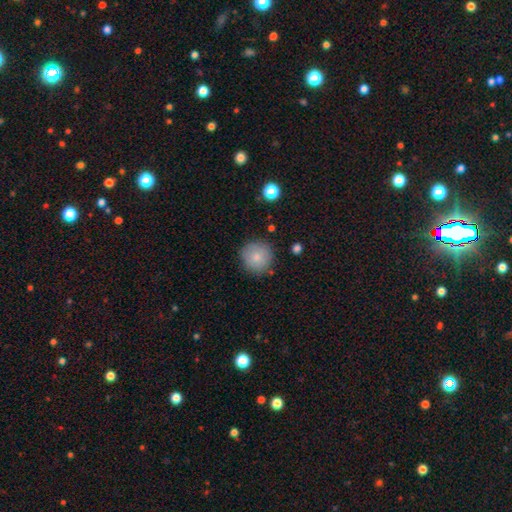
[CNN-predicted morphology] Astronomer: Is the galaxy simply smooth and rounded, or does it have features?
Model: smooth — 82%.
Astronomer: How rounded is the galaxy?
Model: round — 94%.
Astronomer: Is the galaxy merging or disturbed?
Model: none — 85%.